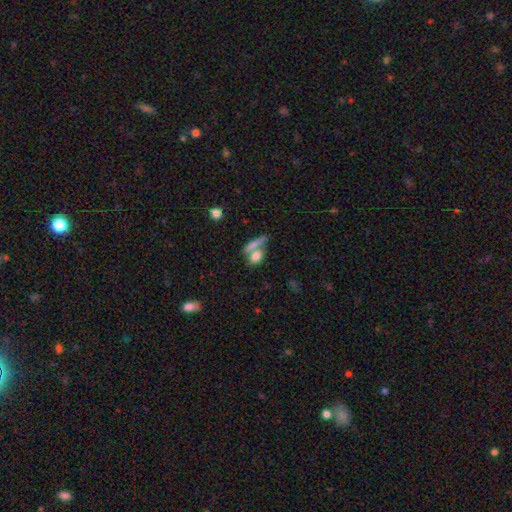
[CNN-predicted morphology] Smooth or featured? Predicted: smooth (p=0.75). How rounded? Predicted: in between (p=0.56). Merging? Predicted: merger (p=0.43).